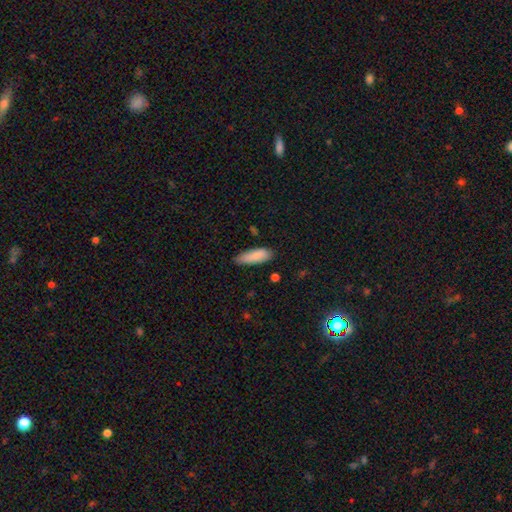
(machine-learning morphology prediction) This appears to be a smooth galaxy with no disk features (88%) that is in between round and cigar-shaped (63%). Merging: none (75%).